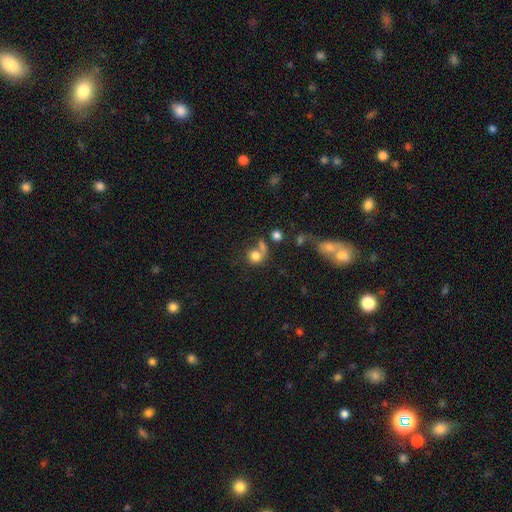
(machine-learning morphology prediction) Smooth or featured? Predicted: smooth (p=0.78). How rounded? Predicted: round (p=0.79). Merging? Predicted: none (p=0.46).